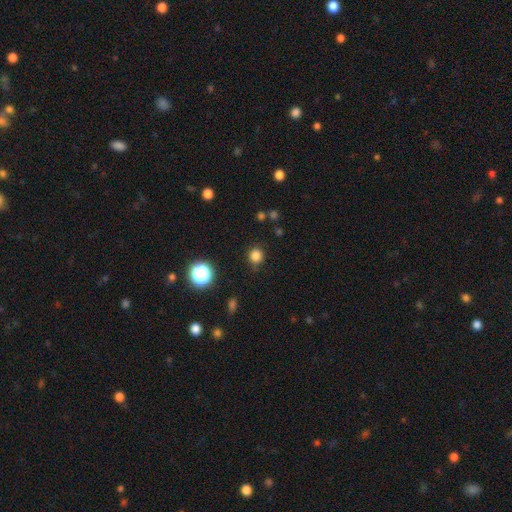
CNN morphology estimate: smooth_or_featured: smooth (p=0.81) [alt: star or artifact p=0.15]
how_rounded: round (p=0.90) [alt: in between p=0.09]
merging: none (p=0.86) [alt: minor disturbance p=0.09]